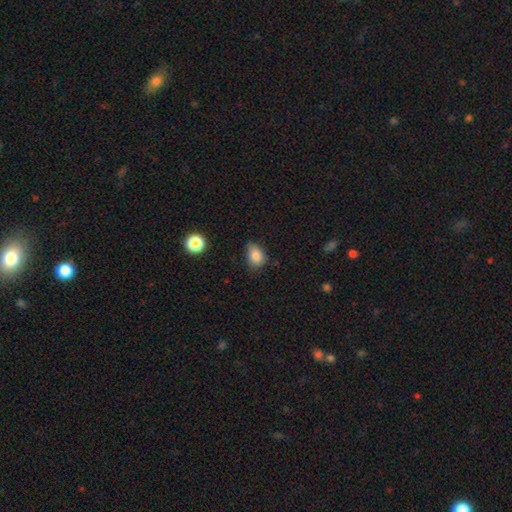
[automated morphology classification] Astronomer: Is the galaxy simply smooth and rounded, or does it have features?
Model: smooth — 82%.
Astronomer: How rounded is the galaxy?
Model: in between — 64%.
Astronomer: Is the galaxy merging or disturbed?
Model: none — 52% (runner-up: minor disturbance, 38%).